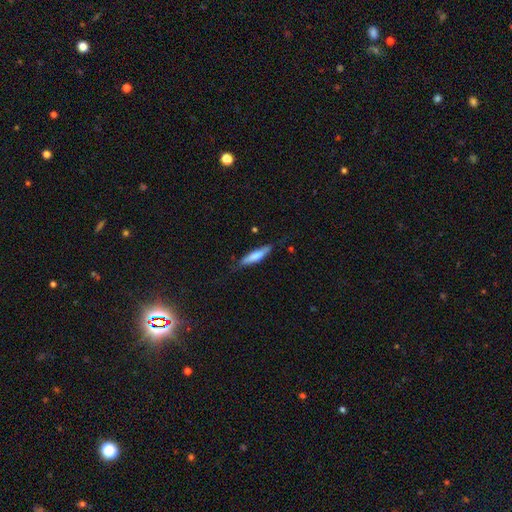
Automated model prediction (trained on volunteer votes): Smooth or featured? Predicted: smooth (p=0.65). How rounded? Predicted: cigar-shaped (p=0.80). Merging? Predicted: none (p=0.73).